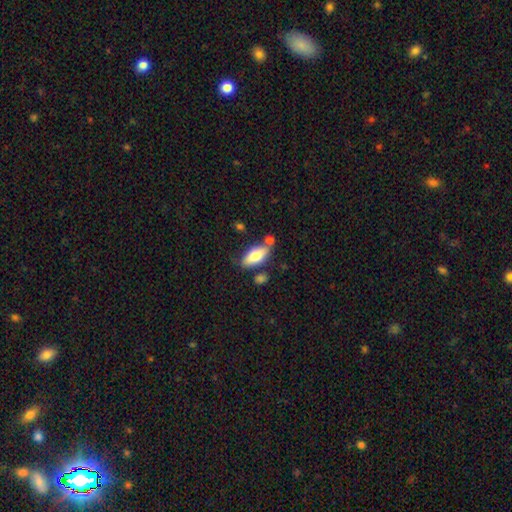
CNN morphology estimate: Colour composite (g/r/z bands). It shows a smooth galaxy with no disk features (71%) that is in between round and cigar-shaped (83%). Merging: none (67%).